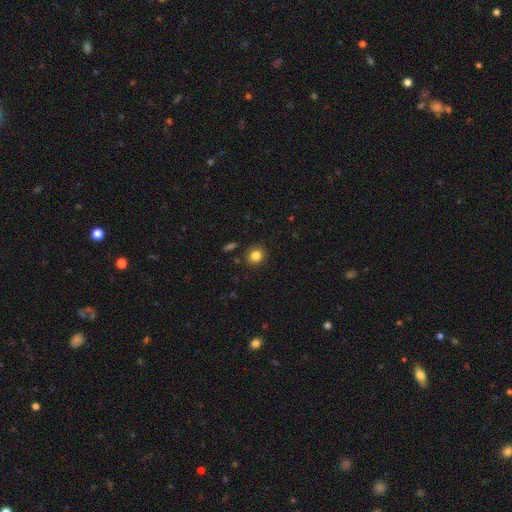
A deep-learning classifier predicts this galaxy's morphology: smooth-or-featured: smooth: 83% | star or artifact: 11% | featured or disk: 6%
  how-rounded: round: 83% | in between: 16% | cigar-shaped: 1%
  merging: none: 89% | minor disturbance: 7% | major disturbance: 2% | merger: 2%